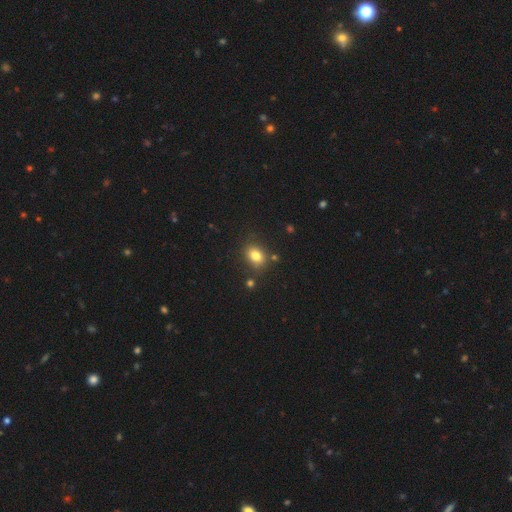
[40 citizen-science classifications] This appears to be a smooth galaxy with no disk features (88%) that is in between round and cigar-shaped (71%). Merging: none (89%).